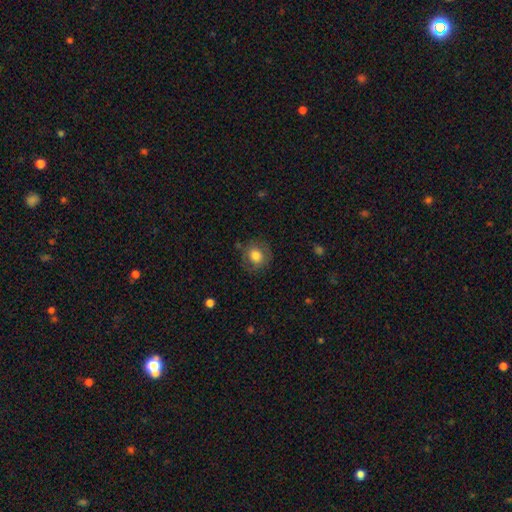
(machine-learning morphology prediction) smooth-or-featured: smooth: 75% | featured or disk: 16% | star or artifact: 9%
  how-rounded: round: 85% | in between: 14% | cigar-shaped: 1%
  merging: none: 81% | minor disturbance: 13% | major disturbance: 5% | merger: 2%